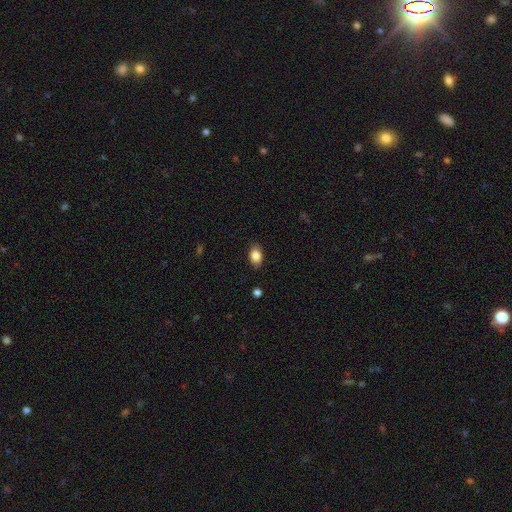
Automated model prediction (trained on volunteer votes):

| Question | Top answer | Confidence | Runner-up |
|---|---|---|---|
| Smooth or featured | smooth | 86% | star or artifact (8%) |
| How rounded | in between | 85% | round (13%) |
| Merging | none | 86% | minor disturbance (11%) |